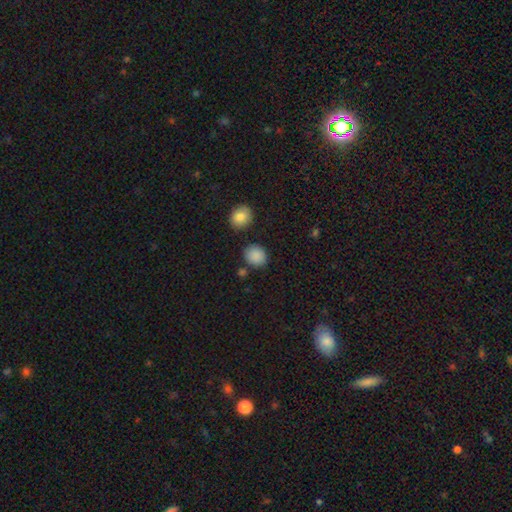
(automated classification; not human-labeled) Smooth or featured? Predicted: smooth (p=0.88). How rounded? Predicted: round (p=0.71). Merging? Predicted: none (p=0.81).